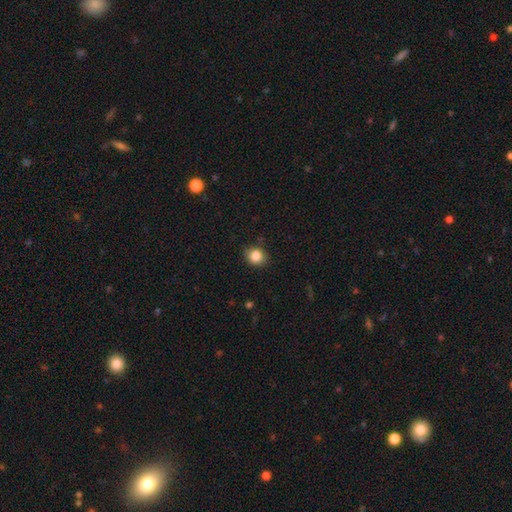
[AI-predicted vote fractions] A smooth galaxy with no disk features (84%) that is round (70%). Merging: none (86%).